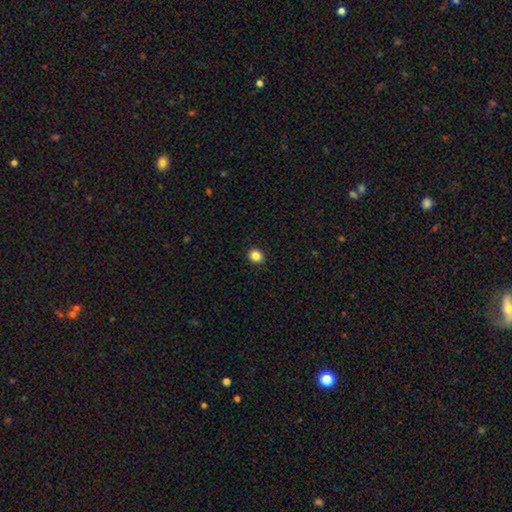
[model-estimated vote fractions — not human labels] Smooth or featured?
  - smooth: 85% *
  - star or artifact: 11%
  - featured or disk: 4%
How rounded?
  - round: 77% *
  - in between: 22%
  - cigar-shaped: 1%
Merging?
  - none: 92% *
  - minor disturbance: 5%
  - major disturbance: 2%
  - merger: 1%